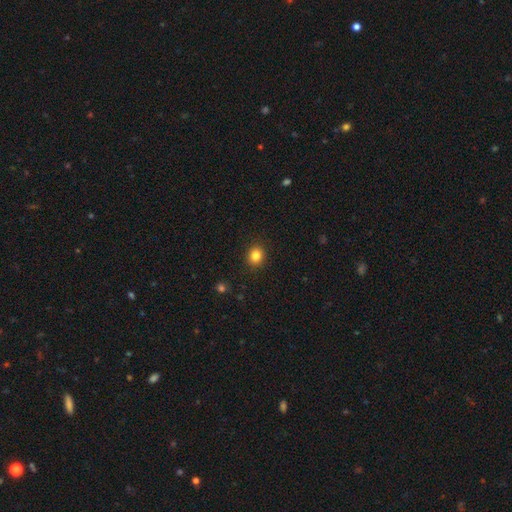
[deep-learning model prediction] smooth 84%, star or artifact 11%, featured or disk 5%. Down the decision tree: how rounded — round (73%); merging — none (91%).